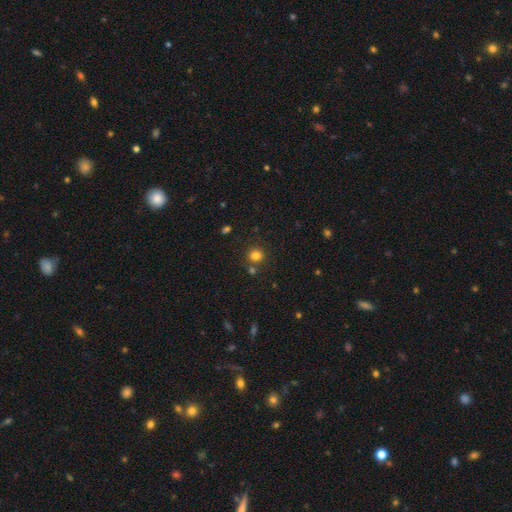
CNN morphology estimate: Smooth or featured: smooth — 80% (star or artifact — 14%)
How rounded: round — 90% (in between — 9%)
Merging: none — 78% (merger — 11%)